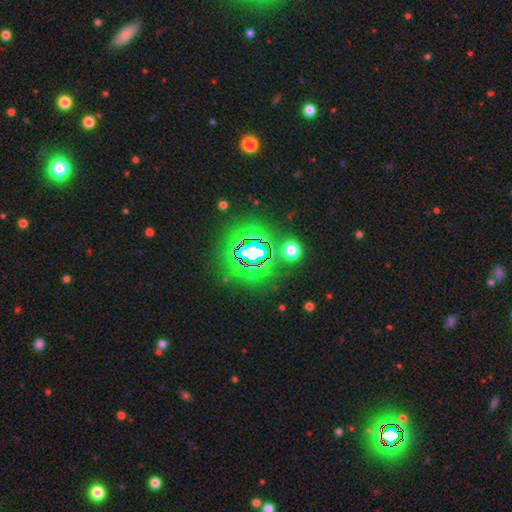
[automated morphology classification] A star or artifact, not a galaxy (78%).